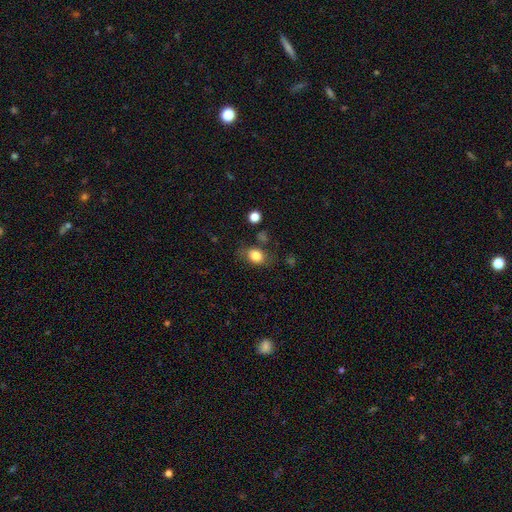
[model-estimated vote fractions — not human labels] A smooth galaxy with no disk features (81%) that is in between round and cigar-shaped (57%).

Vote fractions:
- Smooth or featured? smooth: 81% / star or artifact: 10% / featured or disk: 9%
- How rounded? in between: 57% / round: 42% / cigar-shaped: 1%
- Merging? none: 67% / minor disturbance: 21% / major disturbance: 8% / merger: 4%